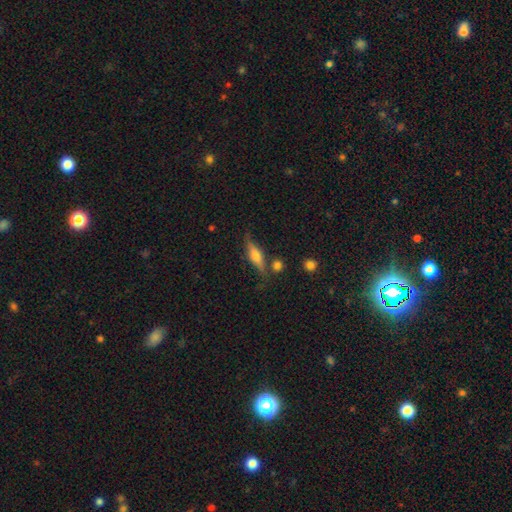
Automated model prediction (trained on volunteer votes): smooth_or_featured: featured or disk (p=0.64) [alt: smooth p=0.29]
disk_edge_on: yes (p=0.94) [alt: no p=0.06]
edge_on_bulge: rounded (p=0.85) [alt: boxy p=0.11]
merging: none (p=0.74) [alt: minor disturbance p=0.16]